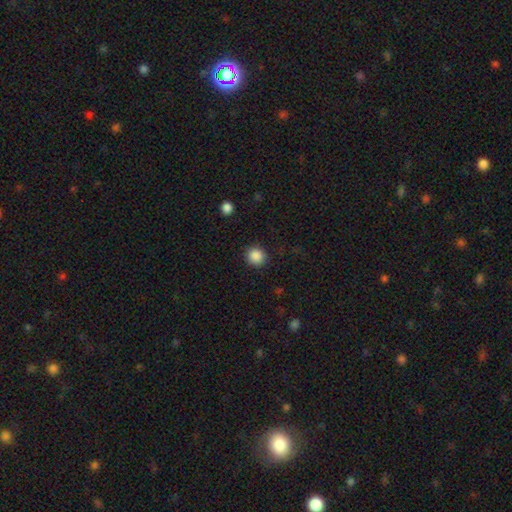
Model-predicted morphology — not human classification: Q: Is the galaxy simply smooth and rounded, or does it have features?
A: smooth — 87%.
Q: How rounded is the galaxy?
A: round — 92%.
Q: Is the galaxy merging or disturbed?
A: none — 91%.